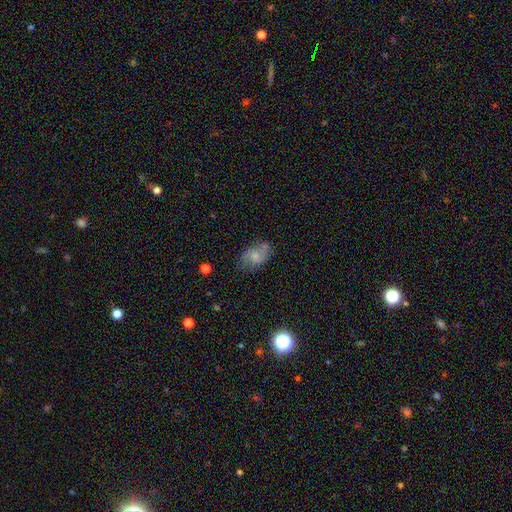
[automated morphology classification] Smooth or featured? smooth (48%)
Merging? none (64%)